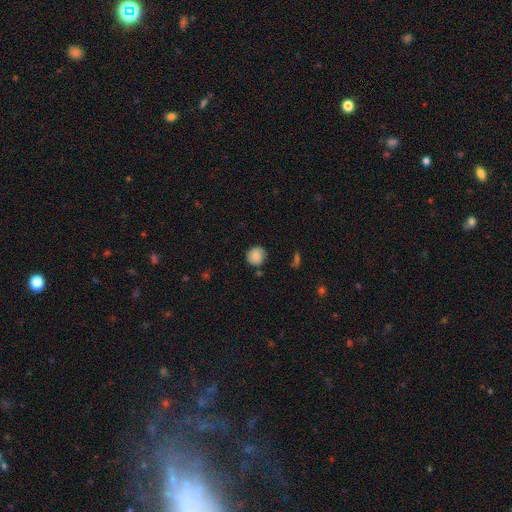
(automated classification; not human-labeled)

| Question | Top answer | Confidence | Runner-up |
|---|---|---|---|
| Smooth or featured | smooth | 85% | star or artifact (8%) |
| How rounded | round | 88% | in between (11%) |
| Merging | none | 80% | minor disturbance (14%) |